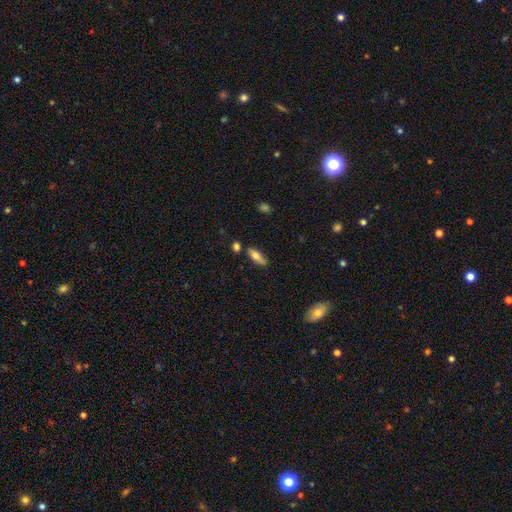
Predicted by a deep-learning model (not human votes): Smooth or featured? smooth (73%)
How rounded? in between (67%)
Merging? none (72%)